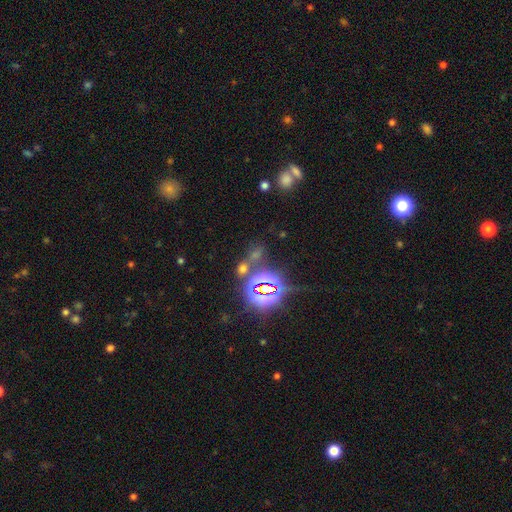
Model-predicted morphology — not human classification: Smooth or featured?
  - star or artifact: 71% *
  - smooth: 20%
  - featured or disk: 9%